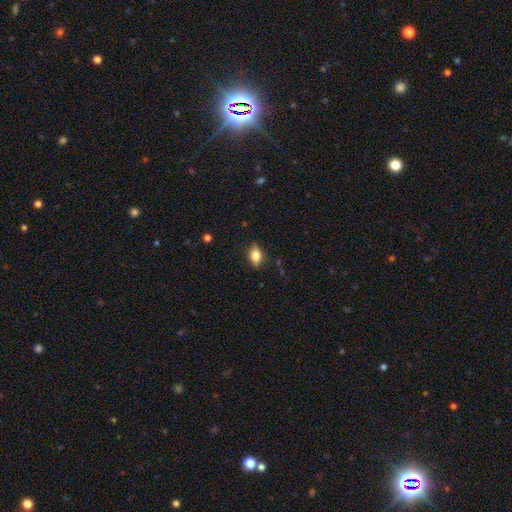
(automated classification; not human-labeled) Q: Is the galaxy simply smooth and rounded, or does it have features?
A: smooth — 77%.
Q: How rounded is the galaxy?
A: in between — 82%.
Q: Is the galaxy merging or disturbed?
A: none — 82%.